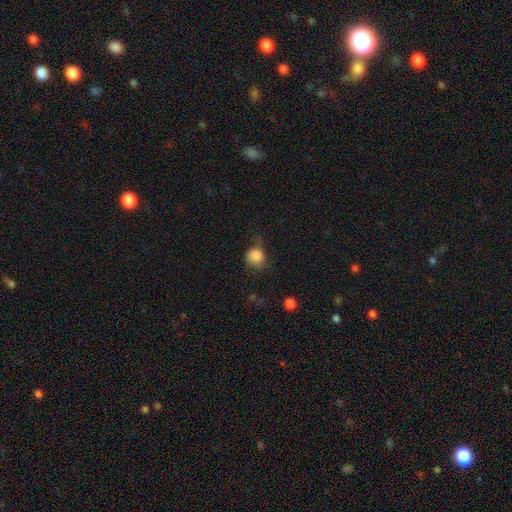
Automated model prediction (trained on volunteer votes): Smooth or featured? smooth (85%)
How rounded? round (86%)
Merging? none (50%)